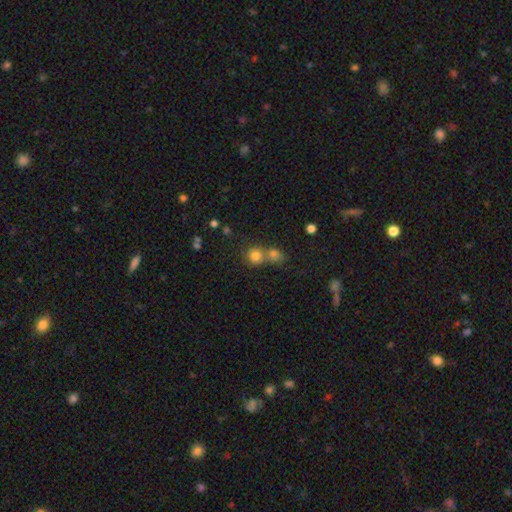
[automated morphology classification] The model was most divided on "merging": none: 46%, merger: 43%, minor disturbance: 7%, major disturbance: 4%. More confident: how rounded — round (86%); smooth or featured — smooth (79%).